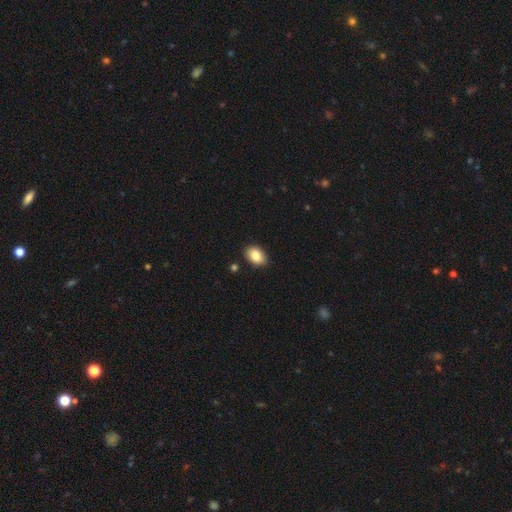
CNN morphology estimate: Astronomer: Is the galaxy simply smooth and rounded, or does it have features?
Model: smooth — 85%.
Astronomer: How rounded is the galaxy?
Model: in between — 84%.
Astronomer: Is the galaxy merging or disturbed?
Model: none — 87%.